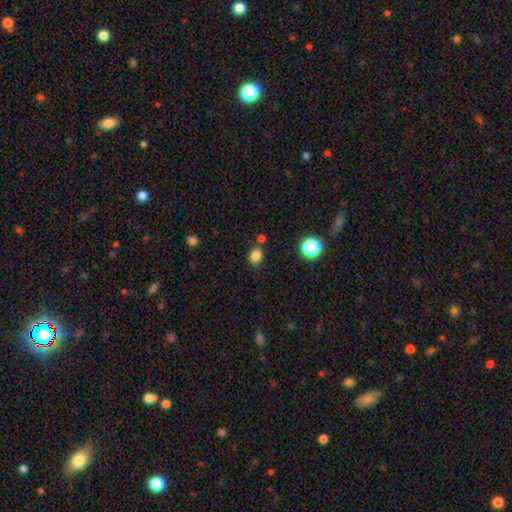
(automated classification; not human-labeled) Smooth or featured? smooth (81%)
How rounded? round (52%)
Merging? none (74%)